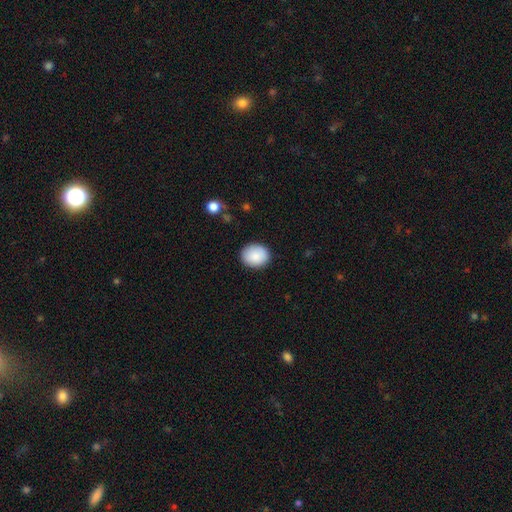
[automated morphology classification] smooth 88%, star or artifact 7%, featured or disk 5%. Down the decision tree: how rounded — round (59%); merging — none (88%).